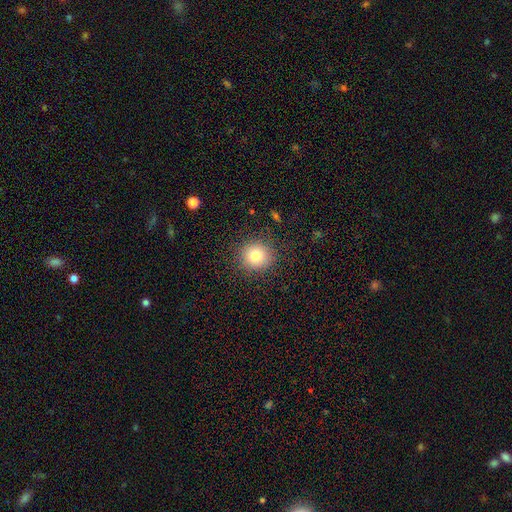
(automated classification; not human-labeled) This is clearly a smooth galaxy (81%). How rounded: clearly round (90%). Merging: clearly none (88%).